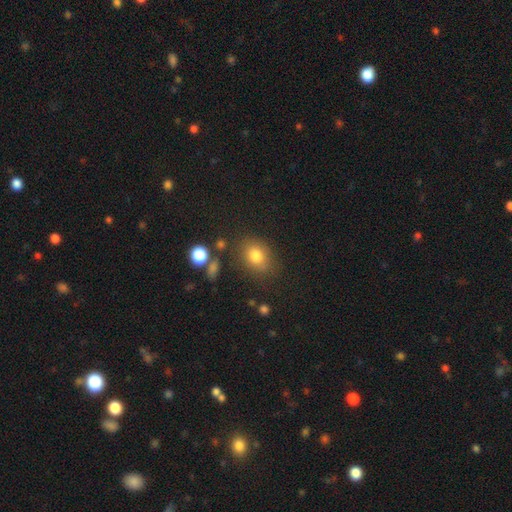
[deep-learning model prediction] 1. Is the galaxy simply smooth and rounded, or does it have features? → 80% smooth, 12% star or artifact, 8% featured or disk.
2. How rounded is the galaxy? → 55% in between, 44% round, 1% cigar-shaped.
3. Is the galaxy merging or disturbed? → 77% none, 14% minor disturbance, 5% major disturbance, 4% merger.